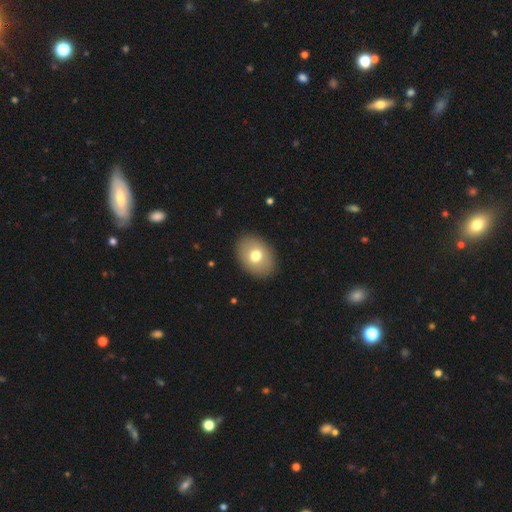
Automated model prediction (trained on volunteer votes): Morphology: type=smooth (73%); roundness=in between (71%); merging=none (90%).